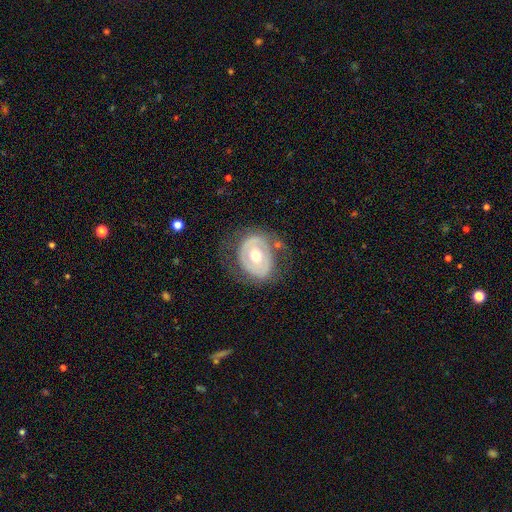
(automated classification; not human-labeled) Smooth or featured? Predicted: featured or disk (p=0.63). Edge-on disk? Predicted: no (p=0.95). Bar? Predicted: no (p=0.62). Spiral arms? Predicted: no (p=0.68). Bulge size? Predicted: moderate (p=0.74). Merging? Predicted: none (p=0.63).